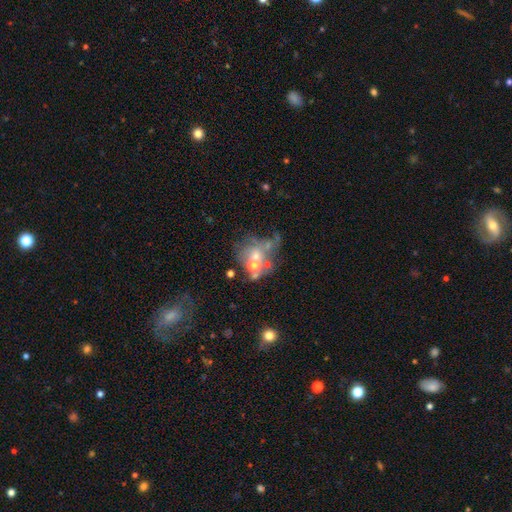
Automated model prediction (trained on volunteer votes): A featured or disk galaxy (48%). Merging: merger (35%).